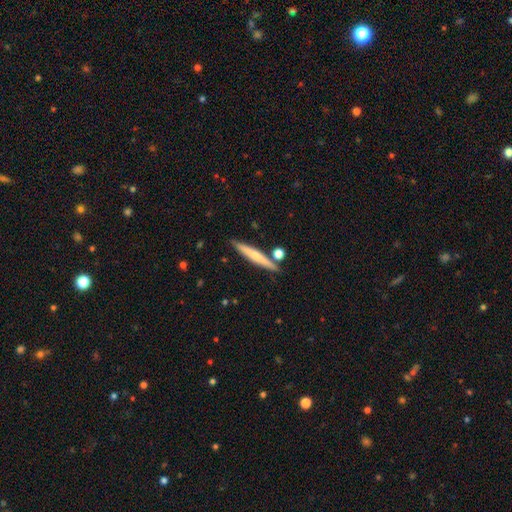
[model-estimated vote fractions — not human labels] This is possibly a smooth galaxy (56%). How rounded: clearly cigar-shaped (94%). Merging: clearly none (83%).